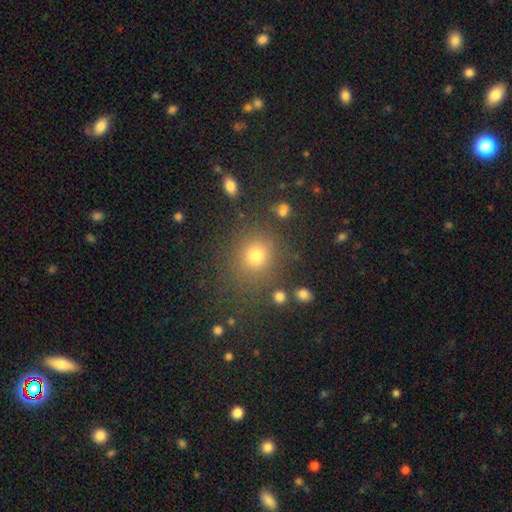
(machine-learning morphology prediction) Overall: smooth (73%). How rounded: round (88%). Merging: none (82%).